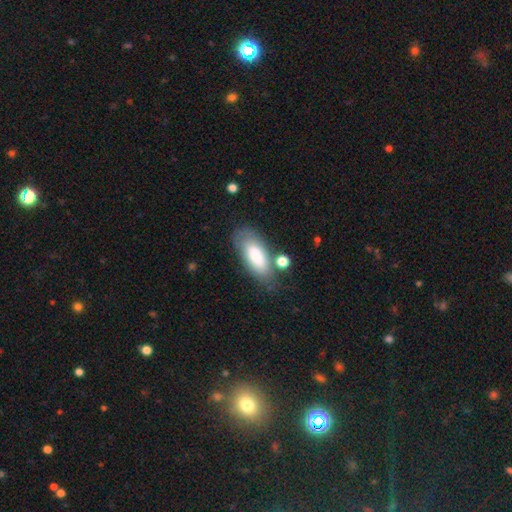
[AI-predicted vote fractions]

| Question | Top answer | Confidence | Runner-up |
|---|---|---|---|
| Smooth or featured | smooth | 76% | featured or disk (16%) |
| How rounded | in between | 83% | cigar-shaped (14%) |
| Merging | none | 68% | minor disturbance (18%) |